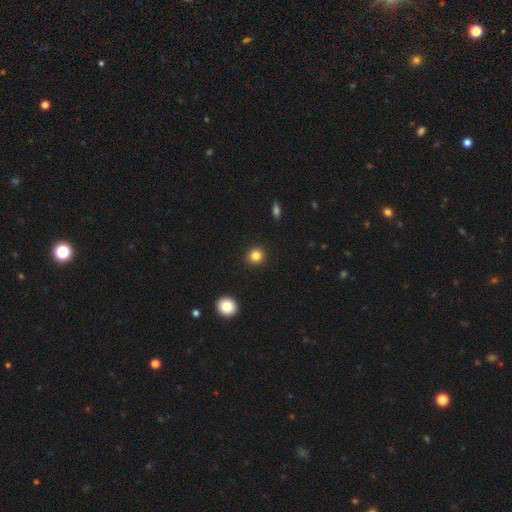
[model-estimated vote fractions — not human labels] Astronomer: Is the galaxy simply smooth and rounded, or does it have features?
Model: smooth — 84%.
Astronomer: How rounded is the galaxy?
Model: round — 92%.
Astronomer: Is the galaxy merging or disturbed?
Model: none — 92%.